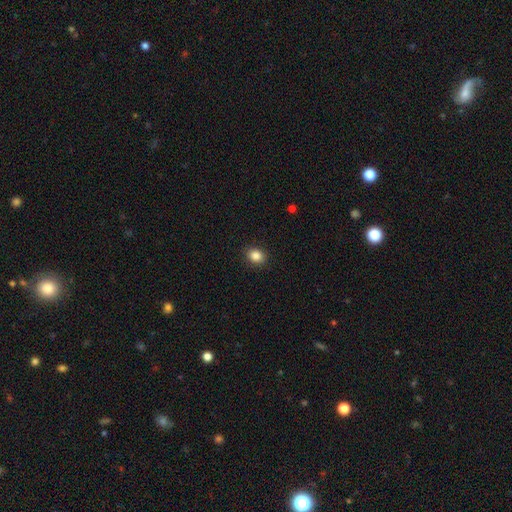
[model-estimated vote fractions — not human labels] Smooth or featured: smooth — 86% (star or artifact — 10%)
How rounded: round — 54% (in between — 45%)
Merging: none — 90% (minor disturbance — 7%)